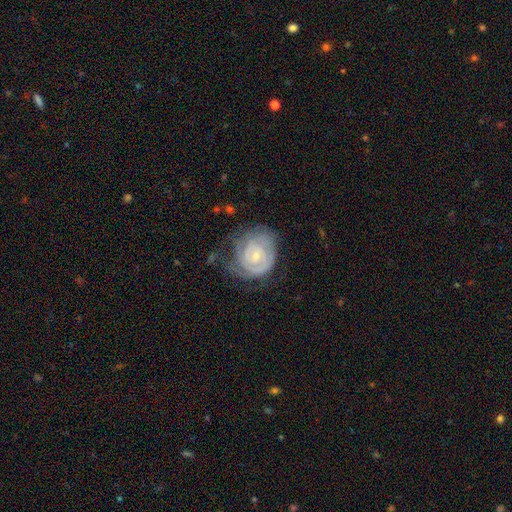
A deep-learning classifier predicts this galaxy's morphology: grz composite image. It shows a featured or disk galaxy (82%) with no bar (68%), 2 (38%) tight (77%) spiral arms (93%) and a small central bulge (71%). Merging: none (59%).